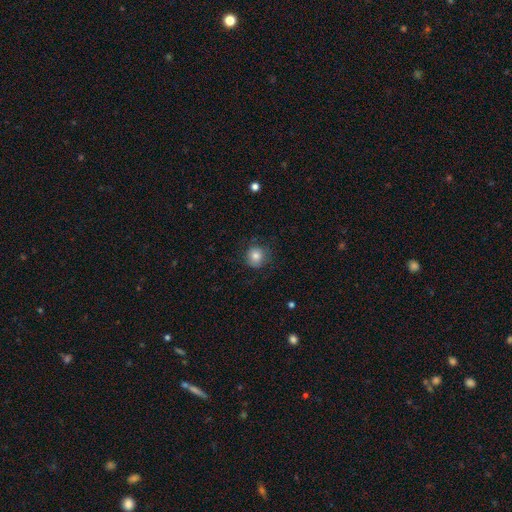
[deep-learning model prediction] smooth 80%, star or artifact 10%, featured or disk 10%. Down the decision tree: how rounded — round (90%); merging — none (79%).